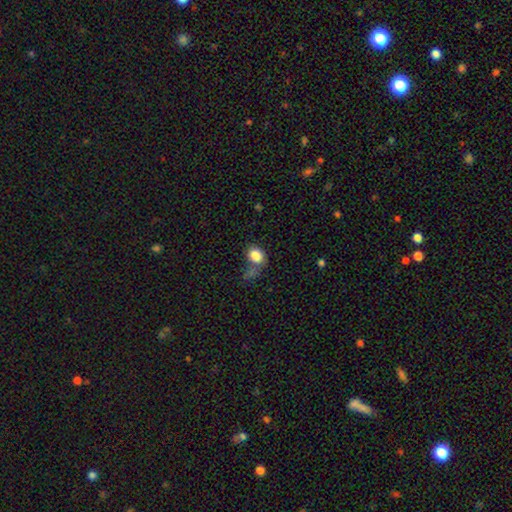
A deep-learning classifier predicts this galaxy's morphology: Q: Smooth or featured?
A: smooth (84%); runner-up: star or artifact (9%)
Q: How rounded?
A: in between (63%); runner-up: round (36%)
Q: Merging?
A: none (50%); runner-up: minor disturbance (20%)